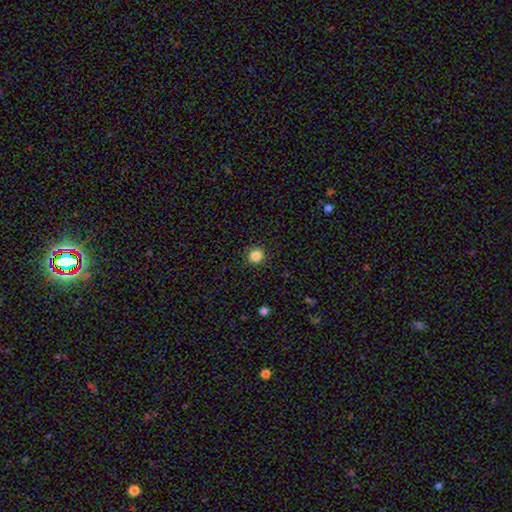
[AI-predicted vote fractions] A smooth galaxy with no disk features (85%) that is round (94%). Merging: none (92%).